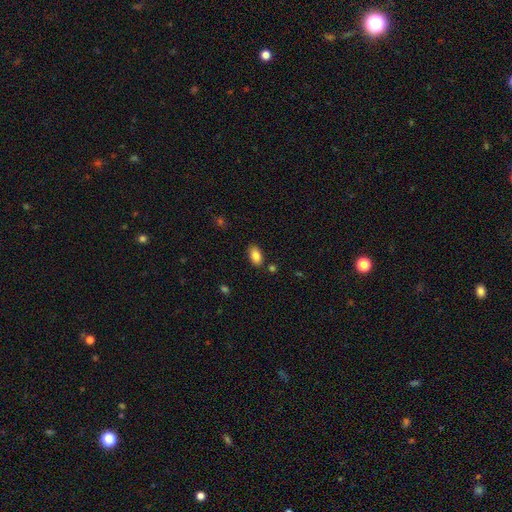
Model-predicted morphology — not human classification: Smooth or featured?
  - smooth: 86% *
  - star or artifact: 8%
  - featured or disk: 6%
How rounded?
  - in between: 92% *
  - round: 5%
  - cigar-shaped: 2%
Merging?
  - none: 84% *
  - minor disturbance: 11%
  - merger: 3%
  - major disturbance: 2%